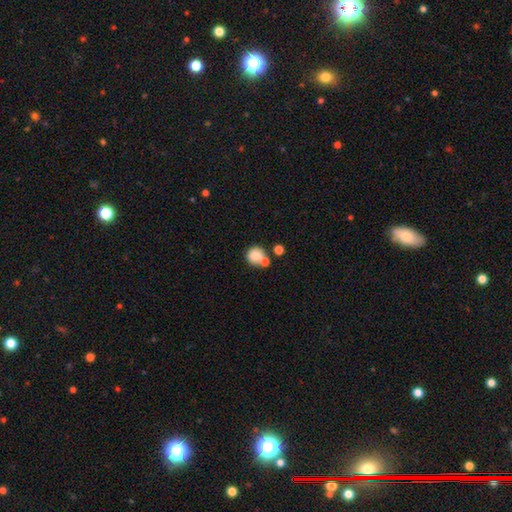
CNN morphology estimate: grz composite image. It shows a smooth galaxy with no disk features (81%) that is round (88%). Merging: none (53%).